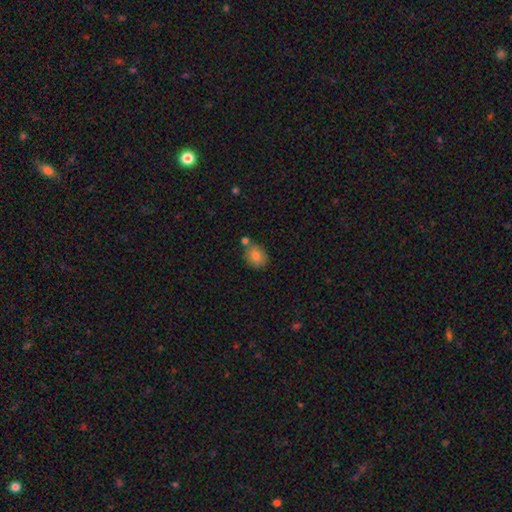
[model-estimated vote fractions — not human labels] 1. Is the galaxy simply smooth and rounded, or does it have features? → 82% smooth, 9% featured or disk, 9% star or artifact.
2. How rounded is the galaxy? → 57% round, 42% in between, 1% cigar-shaped.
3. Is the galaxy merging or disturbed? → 66% none, 18% merger, 13% minor disturbance, 3% major disturbance.